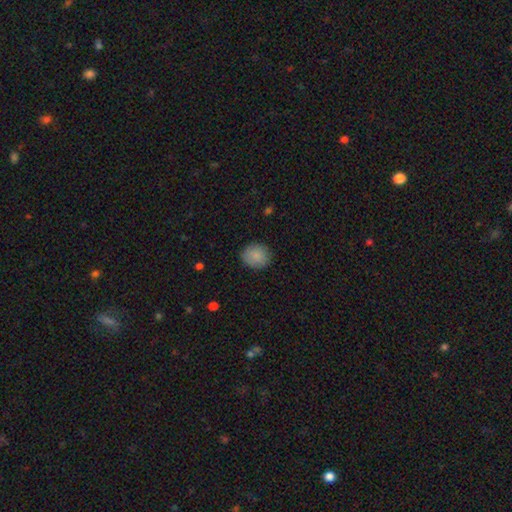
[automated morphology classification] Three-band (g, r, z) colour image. It shows a smooth galaxy with no disk features (87%) that is round (79%). Merging: none (86%).